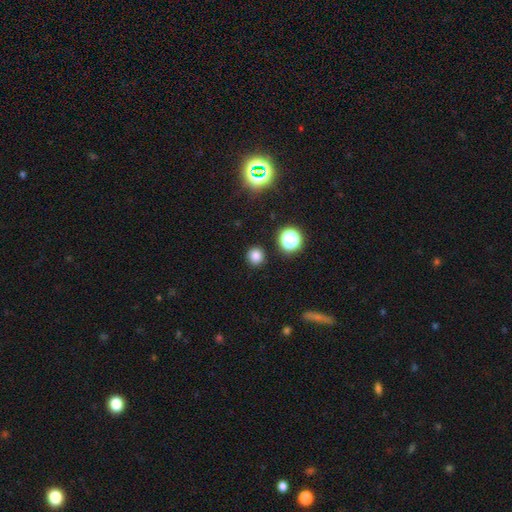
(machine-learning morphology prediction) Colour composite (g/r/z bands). It shows a smooth galaxy with no disk features (80%) that is round (89%). Merging: none (90%).